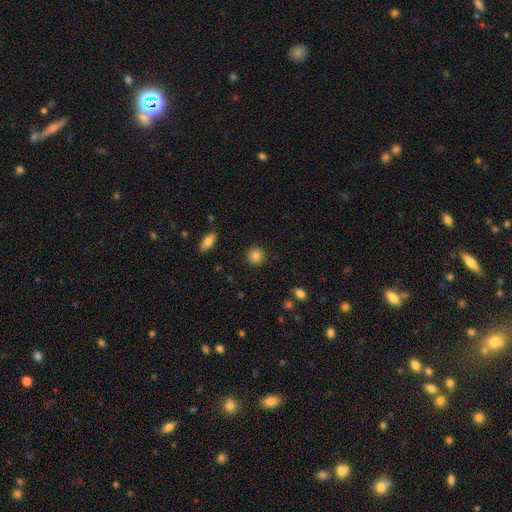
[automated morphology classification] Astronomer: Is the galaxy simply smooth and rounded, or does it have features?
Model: smooth — 85%.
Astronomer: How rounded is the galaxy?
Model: round — 92%.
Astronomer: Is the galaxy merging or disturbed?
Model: none — 91%.